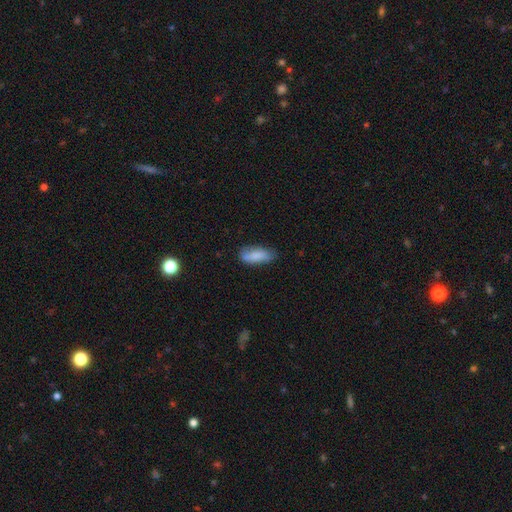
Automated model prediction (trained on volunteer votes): The model was most divided on "merging": none: 66%, minor disturbance: 26%, major disturbance: 6%, merger: 2%. More confident: smooth or featured — smooth (81%); how rounded — in between (72%).